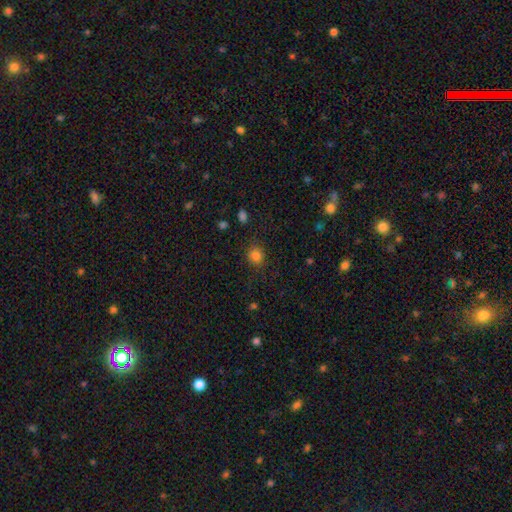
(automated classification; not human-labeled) Morphology: type=smooth (82%); roundness=round (78%); merging=none (85%).